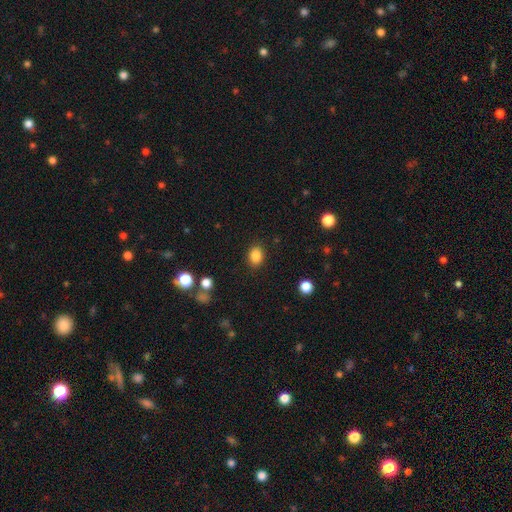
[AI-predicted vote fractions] smooth-or-featured: smooth: 86% | star or artifact: 10% | featured or disk: 5%
  how-rounded: in between: 64% | round: 35% | cigar-shaped: 1%
  merging: none: 87% | minor disturbance: 9% | major disturbance: 3% | merger: 2%